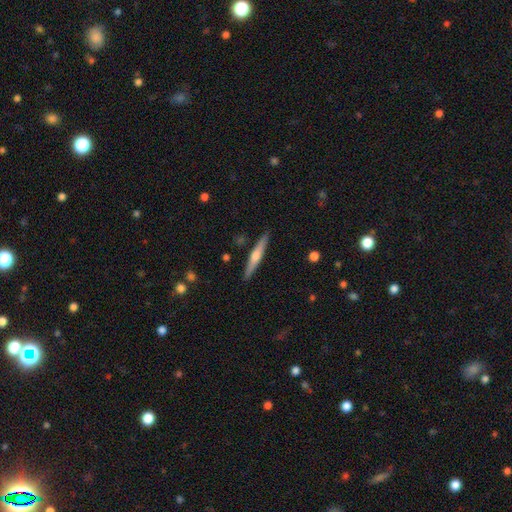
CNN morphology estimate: Smooth or featured? Predicted: featured or disk (p=0.61). Edge-on disk? Predicted: yes (p=0.97). Edge-on bulge? Predicted: rounded (p=0.85). Merging? Predicted: none (p=0.91).